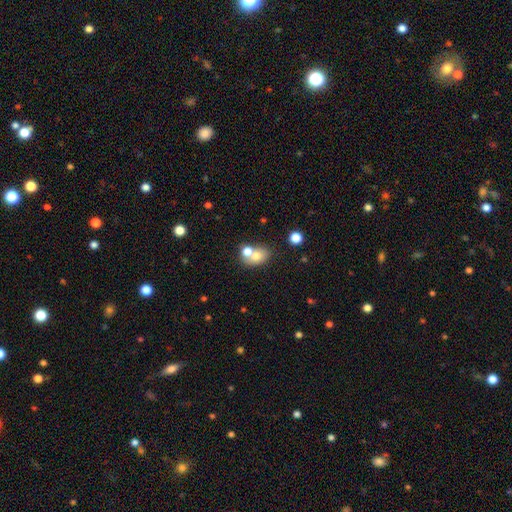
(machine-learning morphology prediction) smooth-or-featured: smooth: 71% | featured or disk: 18% | star or artifact: 11%
  how-rounded: in between: 59% | round: 40% | cigar-shaped: 1%
  merging: merger: 45% | none: 41% | minor disturbance: 10% | major disturbance: 4%